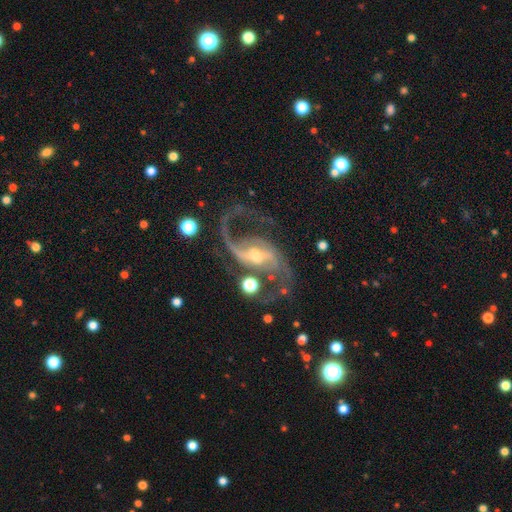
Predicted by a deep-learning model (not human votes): smooth_or_featured: featured or disk (p=0.91) [alt: star or artifact p=0.06]
disk_edge_on: no (p=0.97) [alt: yes p=0.03]
bar: weak (p=0.44) [alt: strong p=0.40]
has_spiral_arms: yes (p=0.98) [alt: no p=0.02]
spiral_winding: medium (p=0.47) [alt: loose p=0.44]
spiral_arm_count: 2 (p=0.92) [alt: 1 p=0.02]
bulge_size: moderate (p=0.52) [alt: small p=0.42]
merging: none (p=0.66) [alt: minor disturbance p=0.16]